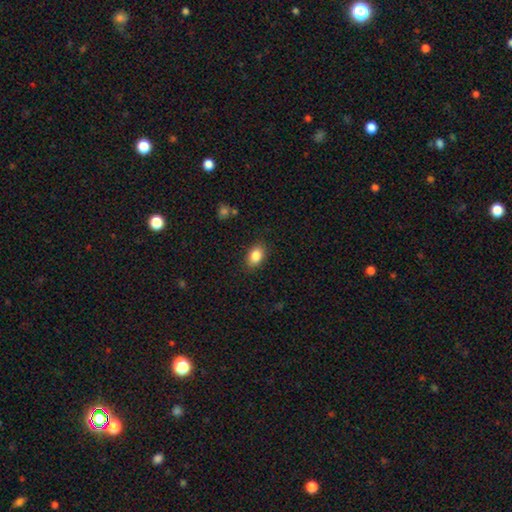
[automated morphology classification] type=smooth (85%); roundness=in between (85%); merging=none (86%).